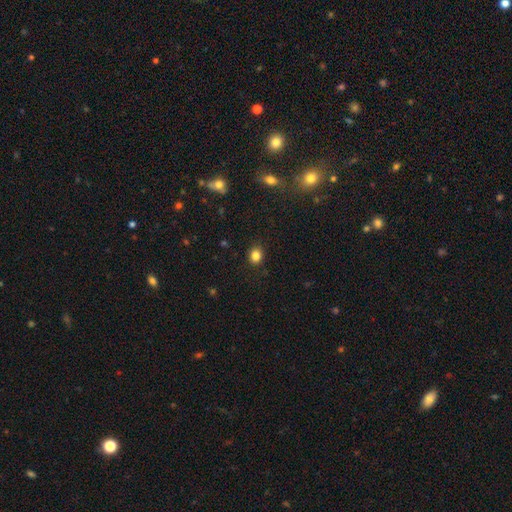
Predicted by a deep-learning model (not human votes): Smooth or featured? smooth (84%)
How rounded? round (70%)
Merging? none (89%)